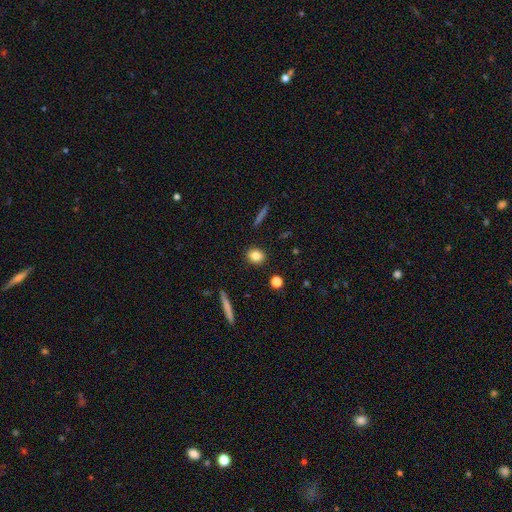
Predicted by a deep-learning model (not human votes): This is clearly a smooth galaxy (82%). How rounded: possibly round (59%). Merging: clearly none (90%).